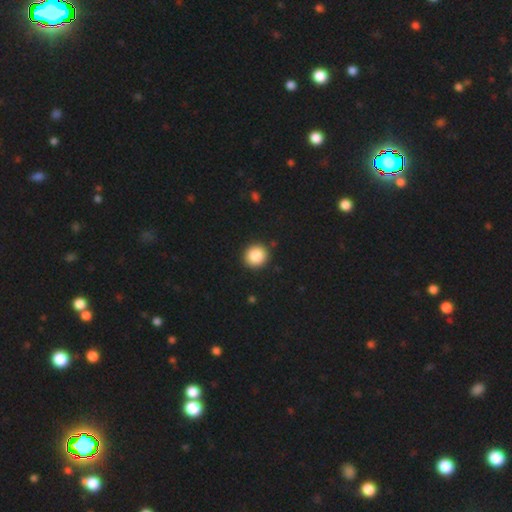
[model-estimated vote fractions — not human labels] smooth_or_featured: smooth (p=0.87) [alt: star or artifact p=0.09]
how_rounded: round (p=0.89) [alt: in between p=0.10]
merging: none (p=0.91) [alt: minor disturbance p=0.06]